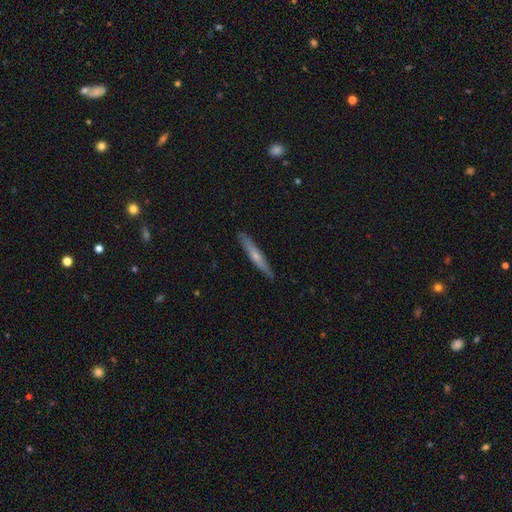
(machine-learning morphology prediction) featured or disk 50%, smooth 44%, star or artifact 6%. Down the decision tree: edge-on disk — yes (92%); merging — none (89%).